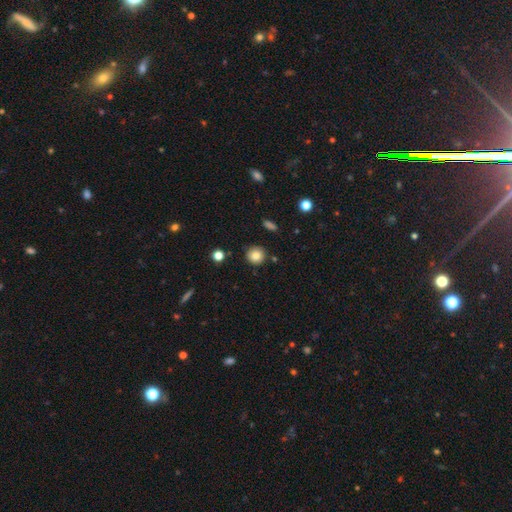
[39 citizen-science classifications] A smooth galaxy with no disk features (87%) that is round (97%). Merging: none (91%).